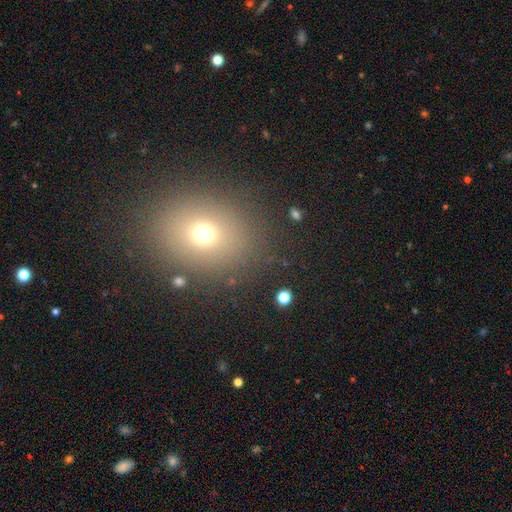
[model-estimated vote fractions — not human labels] A smooth galaxy with no disk features (65%) that is round (55%).

Vote fractions:
- Smooth or featured? smooth: 65% / star or artifact: 24% / featured or disk: 11%
- How rounded? round: 55% / in between: 44% / cigar-shaped: 1%
- Merging? none: 87% / minor disturbance: 8% / major disturbance: 4% / merger: 2%